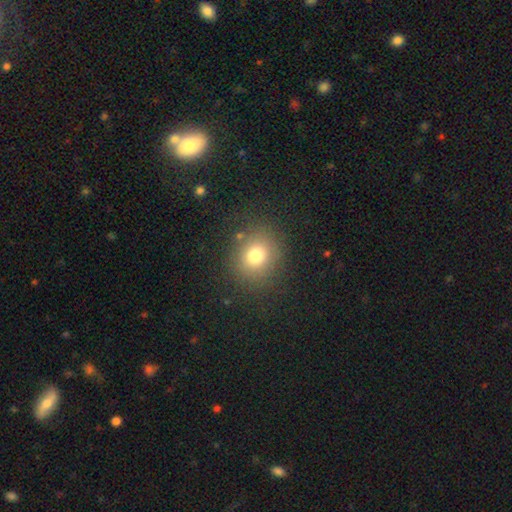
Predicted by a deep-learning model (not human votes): The model was most divided on "how rounded": round: 75%, in between: 24%, cigar-shaped: 1%. More confident: merging — none (83%); smooth or featured — smooth (75%).